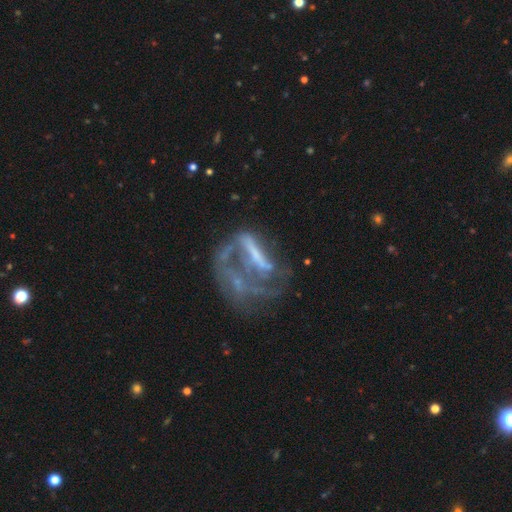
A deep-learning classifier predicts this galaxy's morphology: smooth-or-featured: featured or disk: 68% | smooth: 19% | star or artifact: 13%
  disk-edge-on: no: 88% | yes: 12%
    bar: no: 40% | strong: 37% | weak: 22%
    has-spiral-arms: no: 61% | yes: 39%
    bulge-size: none: 53% | small: 26% | moderate: 16% | large: 4% | dominant: 2%
  merging: major disturbance: 46% | none: 27% | minor disturbance: 14% | merger: 13%